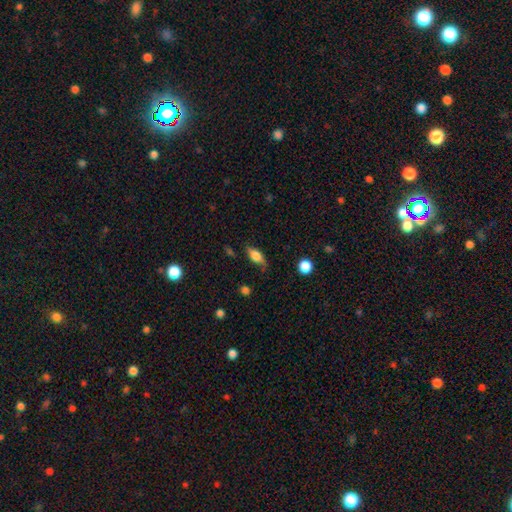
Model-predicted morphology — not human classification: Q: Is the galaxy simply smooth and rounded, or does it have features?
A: smooth — 66%.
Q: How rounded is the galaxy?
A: in between — 77%.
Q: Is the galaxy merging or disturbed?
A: none — 64%.